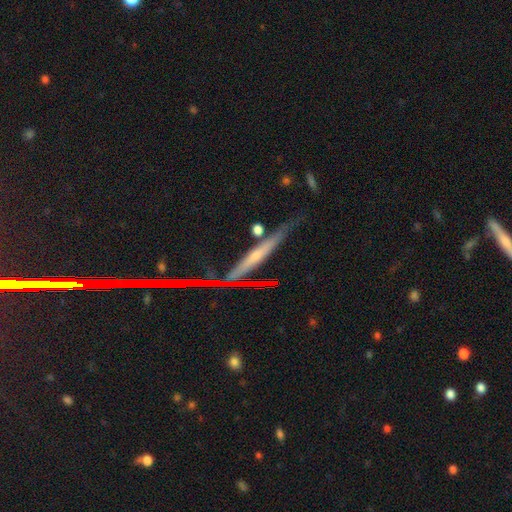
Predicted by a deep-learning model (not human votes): This is possibly a featured or disk galaxy (58%). It is clearly viewed edge-on (93%). Edge-on bulge: possibly rounded (49%). Merging: likely none (76%).